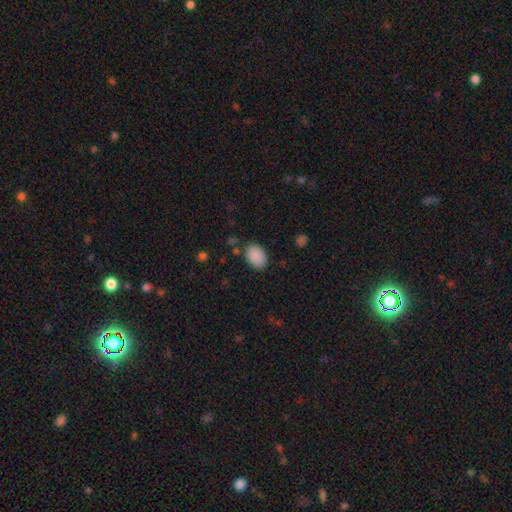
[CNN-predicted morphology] This appears to be a smooth galaxy with no disk features (89%) that is in between round and cigar-shaped (83%). Merging: none (81%).